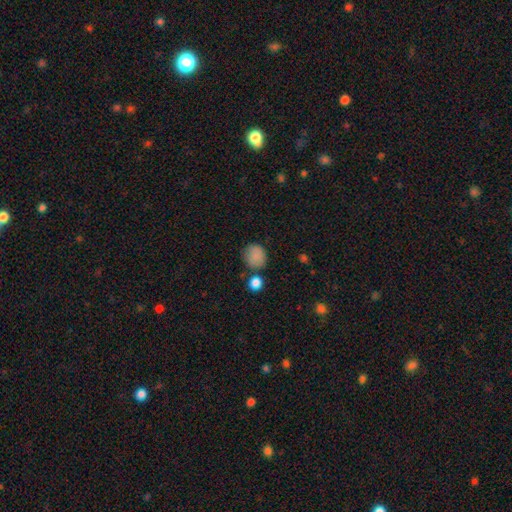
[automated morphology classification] Smooth or featured? smooth (85%)
How rounded? round (84%)
Merging? none (71%)